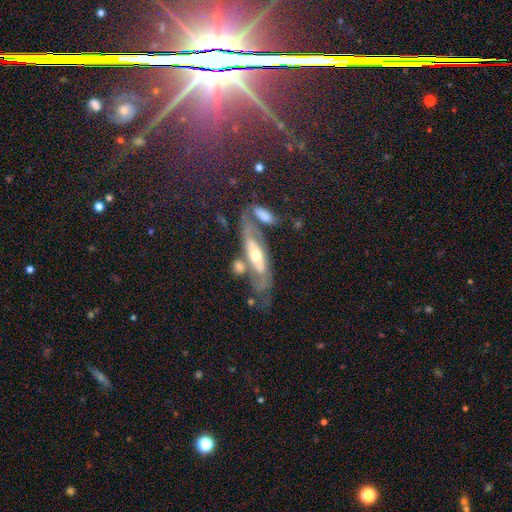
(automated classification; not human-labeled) A featured or disk galaxy (72%) with no bar (61%), spiral arms (72%) and a moderate central bulge (68%). Merging: none (41%).